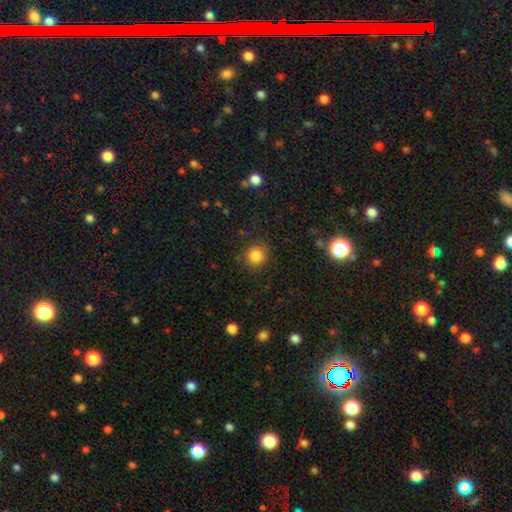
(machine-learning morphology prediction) The model was most divided on "smooth or featured": smooth: 84%, star or artifact: 11%, featured or disk: 5%. More confident: how rounded — round (86%); merging — none (85%).